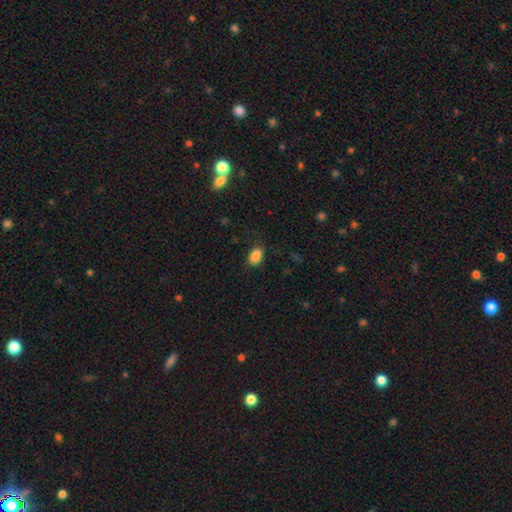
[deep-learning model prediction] Q: Smooth or featured?
A: smooth (86%); runner-up: star or artifact (9%)
Q: How rounded?
A: in between (80%); runner-up: round (18%)
Q: Merging?
A: none (79%); runner-up: minor disturbance (16%)